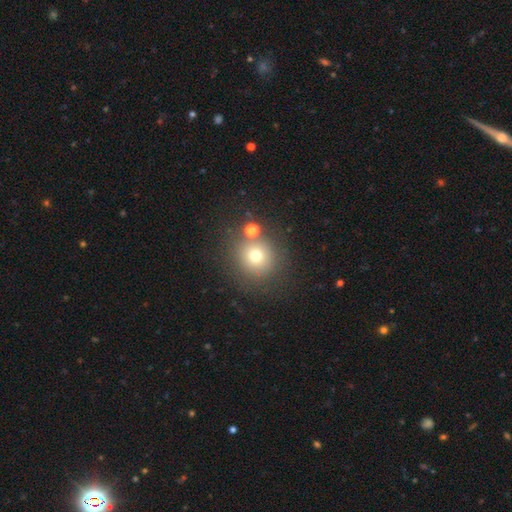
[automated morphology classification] This appears to be a smooth galaxy with no disk features (70%) that is round (93%). Merging: none (75%).